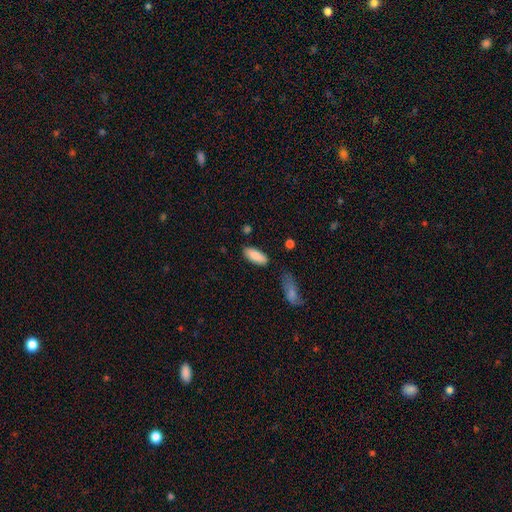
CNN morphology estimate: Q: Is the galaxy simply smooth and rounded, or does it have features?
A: smooth — 88%.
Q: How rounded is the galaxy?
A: in between — 79%.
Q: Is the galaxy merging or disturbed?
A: none — 80%.